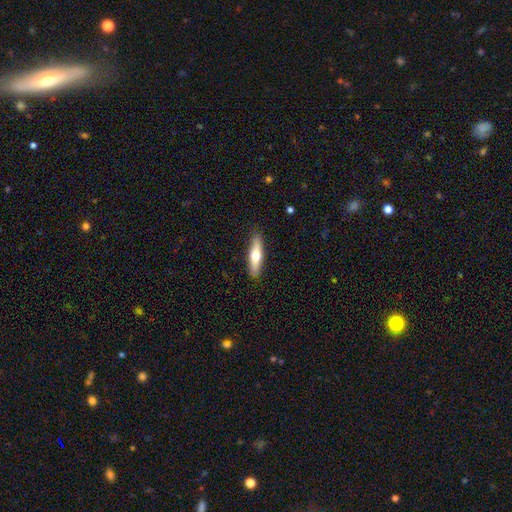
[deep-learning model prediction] The model was most divided on "smooth or featured": smooth: 52%, featured or disk: 42%, star or artifact: 6%. More confident: merging — none (89%); how rounded — cigar-shaped (71%).